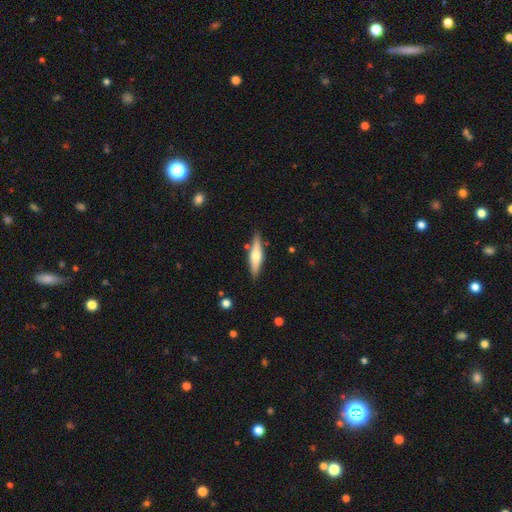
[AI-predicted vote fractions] featured or disk 52%, smooth 42%, star or artifact 6%. Down the decision tree: edge-on disk — yes (93%); merging — none (85%).